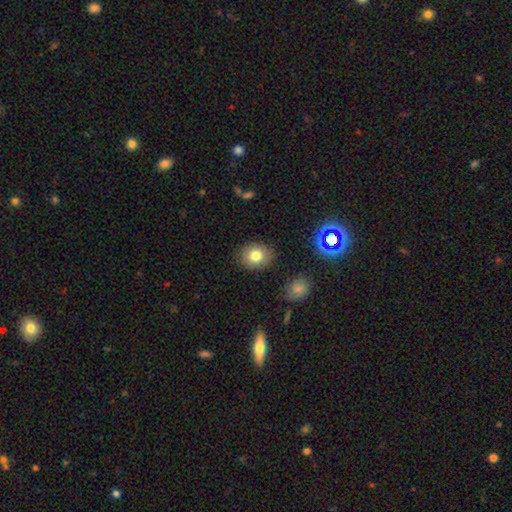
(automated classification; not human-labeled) smooth 78%, star or artifact 11%, featured or disk 10%. Down the decision tree: how rounded — round (57%); merging — none (86%).